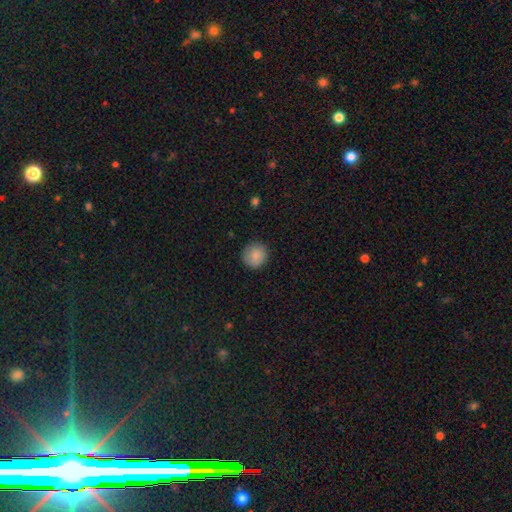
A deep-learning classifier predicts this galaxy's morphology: Q: Smooth or featured?
A: smooth (86%); runner-up: star or artifact (8%)
Q: How rounded?
A: round (92%); runner-up: in between (7%)
Q: Merging?
A: none (87%); runner-up: minor disturbance (10%)